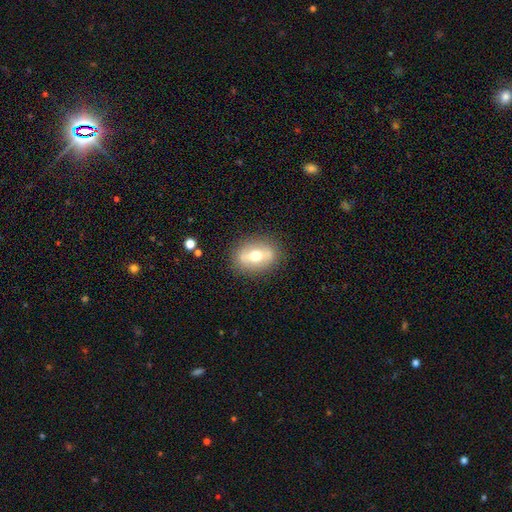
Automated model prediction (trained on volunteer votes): Smooth or featured? Predicted: featured or disk (p=0.49). Merging? Predicted: none (p=0.84).